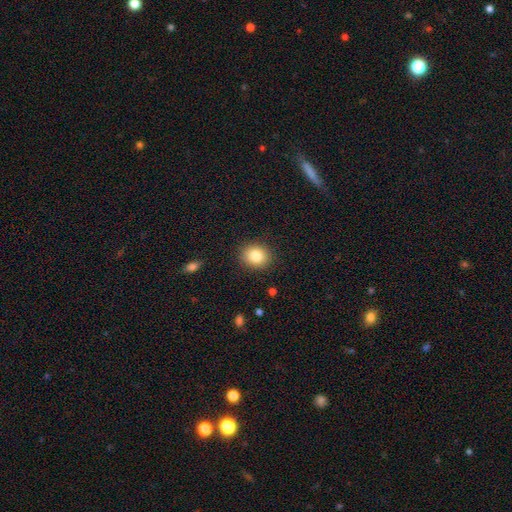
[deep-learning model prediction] Morphology: type=smooth (83%); roundness=round (69%); merging=none (89%).